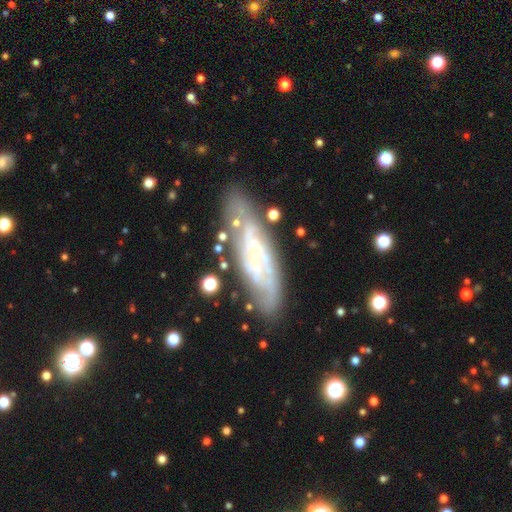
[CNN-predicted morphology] This is likely a featured or disk galaxy (76%). It is likely not viewed edge-on (79%). Bar: possibly no (54%). Spiral arm pattern: clearly yes (89%). Spiral arm count: marginally can't tell (42%). Spiral winding: possibly tight (59%). Central bulge: likely small (74%). Merging: likely none (76%).